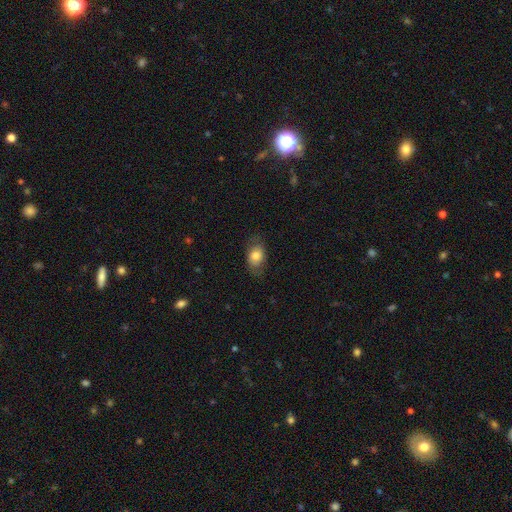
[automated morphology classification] A smooth galaxy with no disk features (78%) that is in between round and cigar-shaped (79%).

Vote fractions:
- Smooth or featured? smooth: 78% / featured or disk: 14% / star or artifact: 8%
- How rounded? in between: 79% / round: 19% / cigar-shaped: 2%
- Merging? none: 74% / minor disturbance: 19% / major disturbance: 6% / merger: 1%